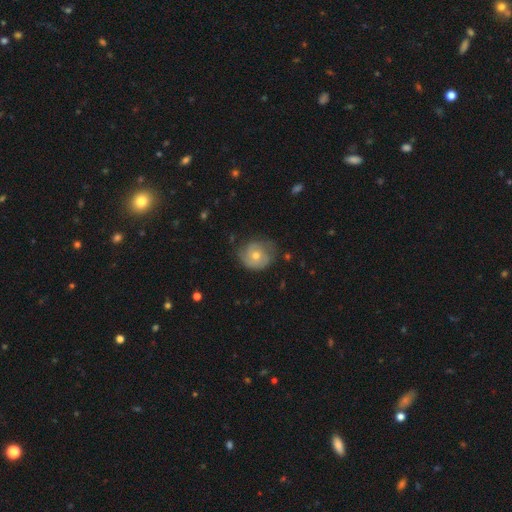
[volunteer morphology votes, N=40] smooth-or-featured: smooth: 48% (tied) | featured or disk: 48% (tied) | star or artifact: 5%
  how-rounded: round: 89% | in between: 11% | cigar-shaped: 0%
  merging: none: 63% | minor disturbance: 32% | major disturbance: 5% | merger: 0%